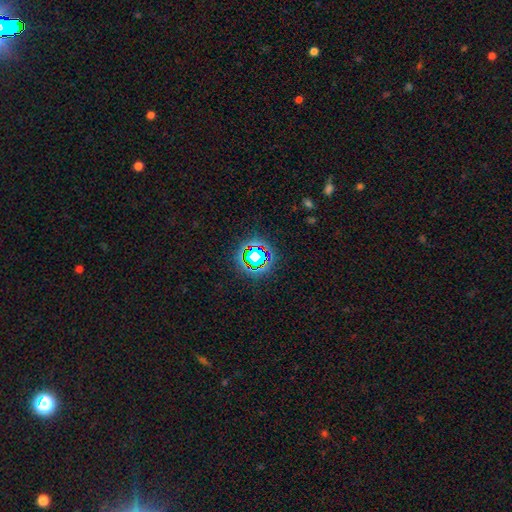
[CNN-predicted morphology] Smooth or featured?
  - star or artifact: 64% *
  - smooth: 22%
  - featured or disk: 13%